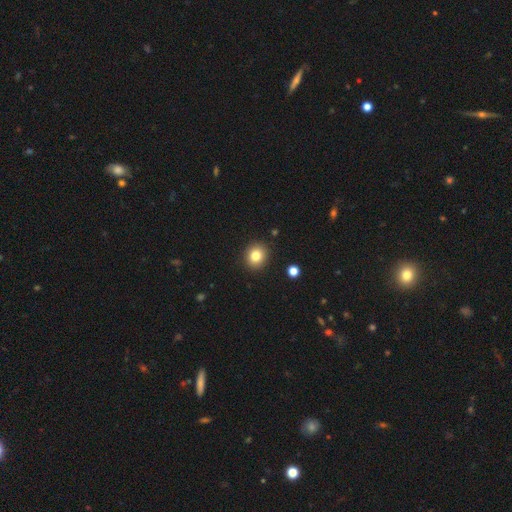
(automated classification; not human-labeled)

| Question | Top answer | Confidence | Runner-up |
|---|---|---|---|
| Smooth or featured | smooth | 82% | star or artifact (11%) |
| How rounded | round | 80% | in between (19%) |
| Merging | none | 90% | minor disturbance (6%) |